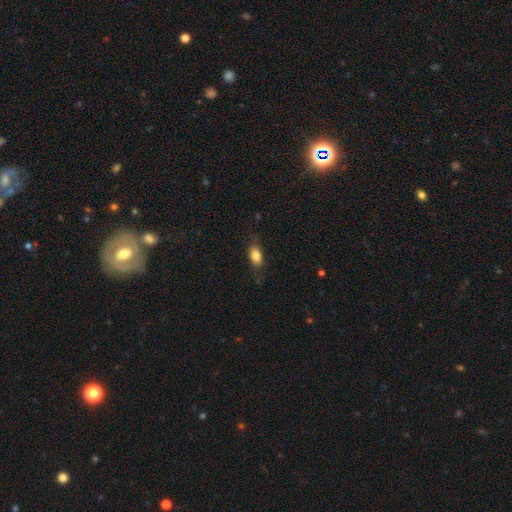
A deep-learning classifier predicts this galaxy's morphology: A smooth galaxy with no disk features (82%) that is in between round and cigar-shaped (85%). Merging: none (76%).